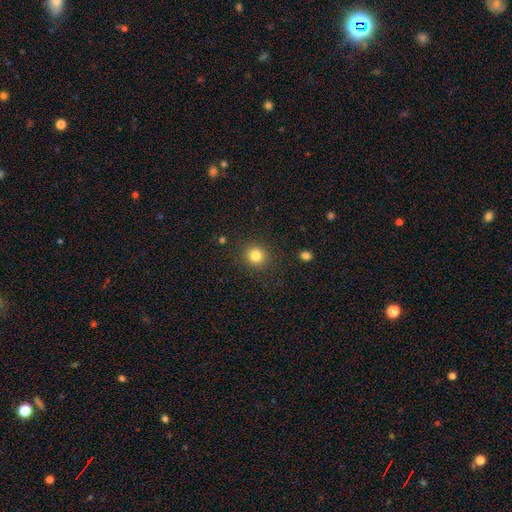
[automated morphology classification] This is clearly a smooth galaxy (82%). How rounded: clearly round (87%). Merging: clearly none (89%).